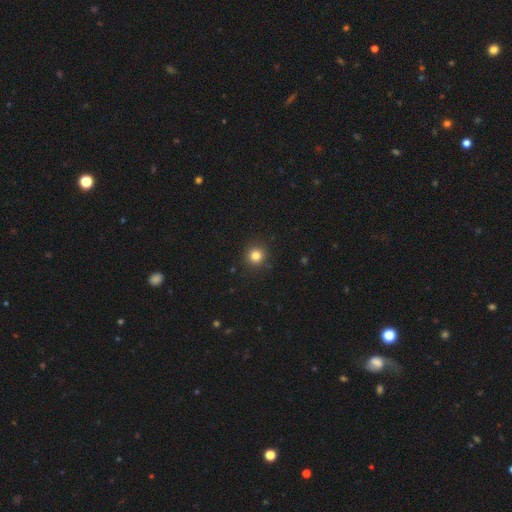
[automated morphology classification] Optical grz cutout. It shows a smooth galaxy with no disk features (83%) that is round (93%). Merging: none (91%).